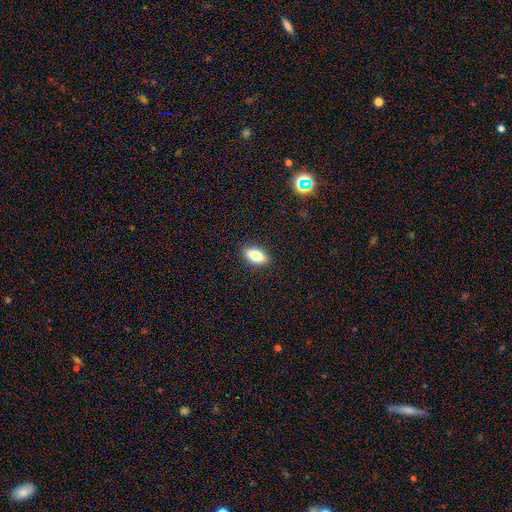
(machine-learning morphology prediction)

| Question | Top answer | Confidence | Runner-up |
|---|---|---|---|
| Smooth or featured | smooth | 79% | featured or disk (13%) |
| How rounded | in between | 81% | cigar-shaped (15%) |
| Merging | none | 88% | minor disturbance (9%) |